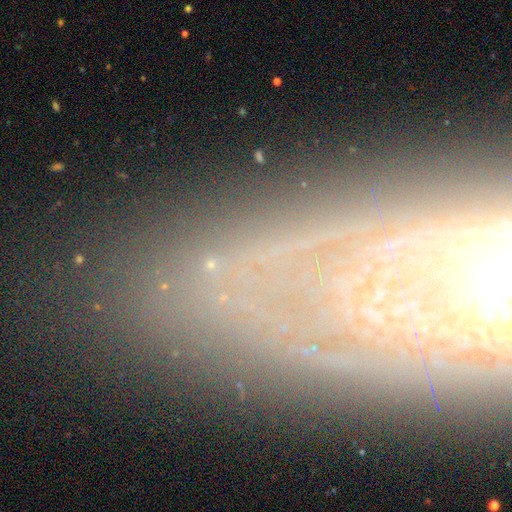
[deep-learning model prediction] Smooth or featured? star or artifact (54%)